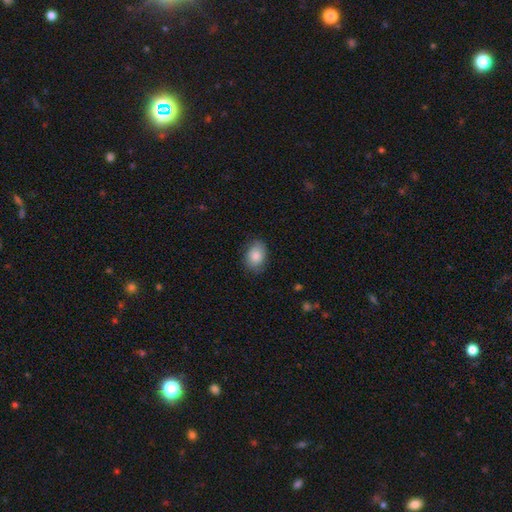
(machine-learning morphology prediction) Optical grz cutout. It shows a smooth galaxy with no disk features (85%) that is in between round and cigar-shaped (77%). Merging: none (79%).